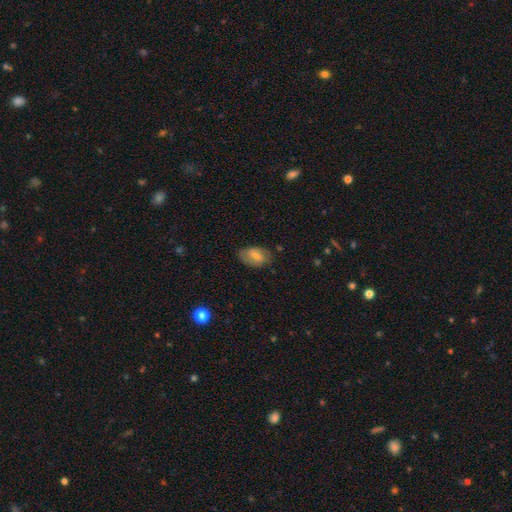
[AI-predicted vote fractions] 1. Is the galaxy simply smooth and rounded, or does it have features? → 58% smooth, 35% featured or disk, 7% star or artifact.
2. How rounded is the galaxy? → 88% in between, 11% round, 2% cigar-shaped.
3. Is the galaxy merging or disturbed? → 73% none, 20% minor disturbance, 5% major disturbance, 1% merger.